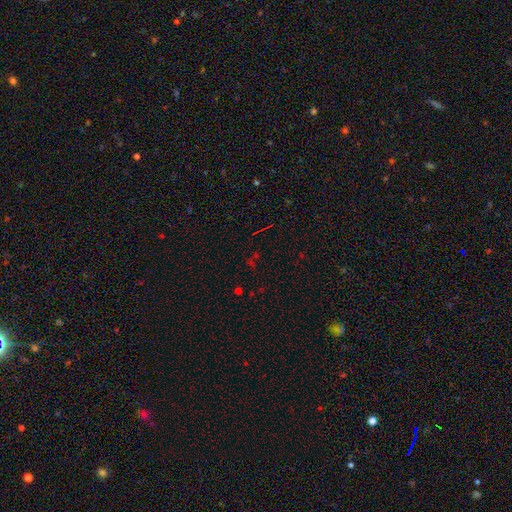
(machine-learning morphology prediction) type=star or artifact (67%).